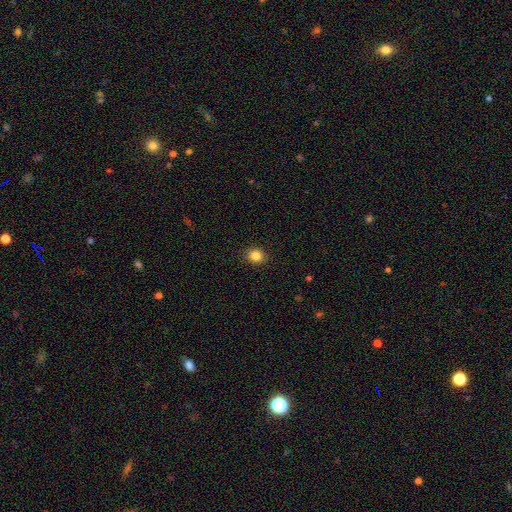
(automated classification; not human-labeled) Overall: smooth (85%). How rounded: round (72%). Merging: none (90%).